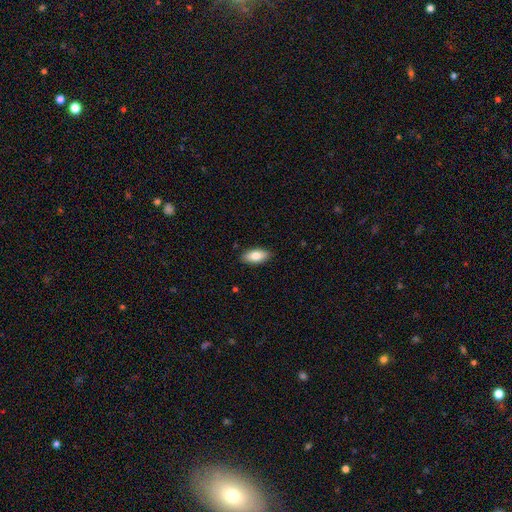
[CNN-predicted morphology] Smooth or featured: smooth — 82% (featured or disk — 11%)
How rounded: in between — 89% (cigar-shaped — 8%)
Merging: none — 88% (minor disturbance — 9%)